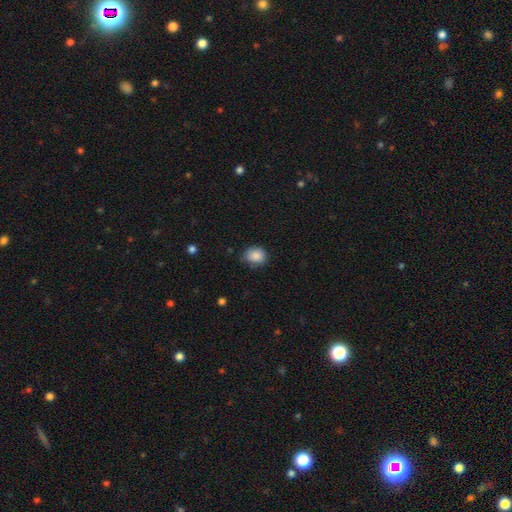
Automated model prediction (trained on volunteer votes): This appears to be a smooth galaxy with no disk features (87%) that is round (55%). Merging: none (68%).